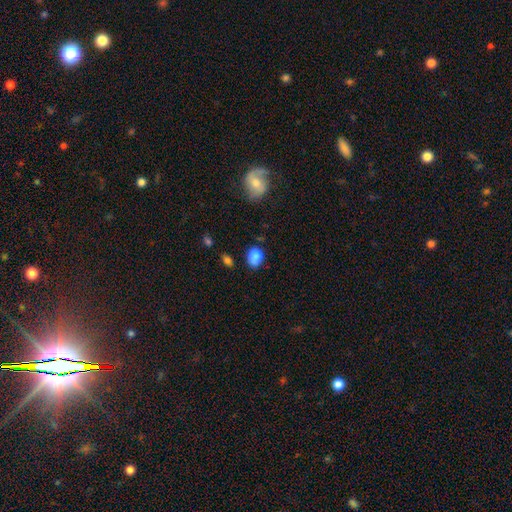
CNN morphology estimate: smooth 86%, star or artifact 9%, featured or disk 5%. Down the decision tree: how rounded — in between (61%); merging — none (69%).